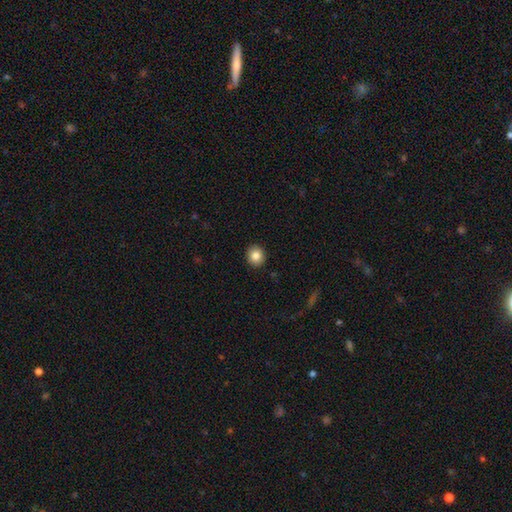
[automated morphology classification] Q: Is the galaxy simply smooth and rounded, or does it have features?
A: smooth — 85%.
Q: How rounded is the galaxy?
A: round — 84%.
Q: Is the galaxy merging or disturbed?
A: none — 92%.